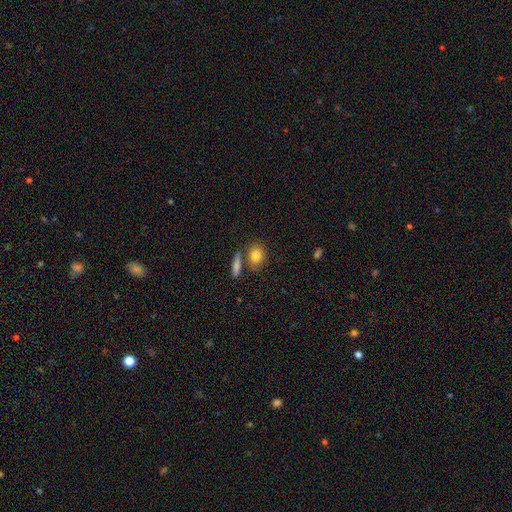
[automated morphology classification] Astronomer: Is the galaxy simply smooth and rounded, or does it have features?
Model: smooth — 82%.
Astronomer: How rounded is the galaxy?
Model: in between — 49% (runner-up: round, 47%).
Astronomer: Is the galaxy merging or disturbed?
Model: none — 63%.